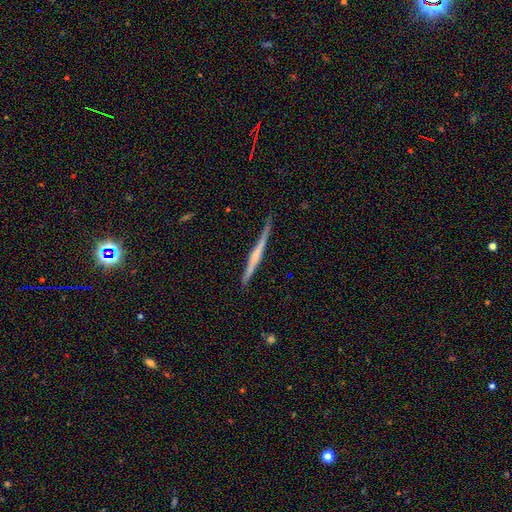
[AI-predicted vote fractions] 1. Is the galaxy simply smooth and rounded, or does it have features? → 66% featured or disk, 28% smooth, 6% star or artifact.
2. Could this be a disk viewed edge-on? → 98% yes, 2% no.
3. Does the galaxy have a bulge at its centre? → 52% none, 34% rounded, 14% boxy.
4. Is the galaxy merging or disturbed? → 86% none, 11% minor disturbance, 2% major disturbance, 1% merger.